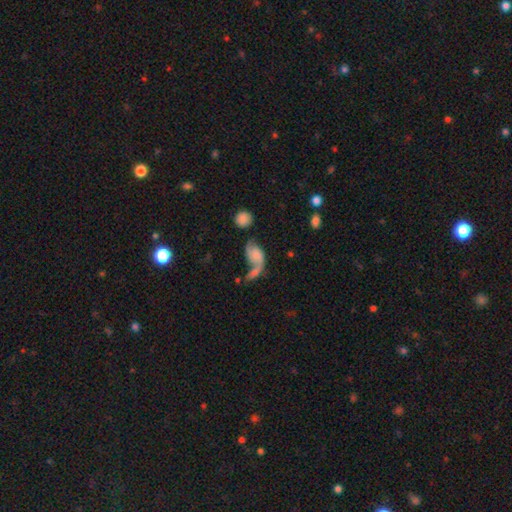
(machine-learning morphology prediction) type=featured or disk (53%); edge-on=no (96%); bar=no (71%); spiral arms=yes (78%); bulge=none (40%); merging=merger (42%).